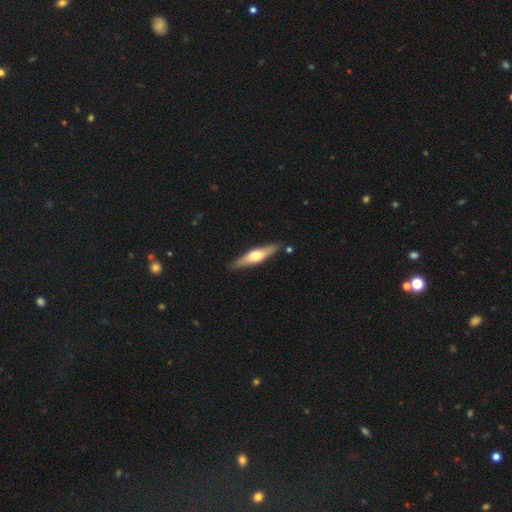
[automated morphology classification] smooth_or_featured: featured or disk (p=0.55) [alt: smooth p=0.41]
disk_edge_on: yes (p=0.91) [alt: no p=0.09]
merging: none (p=0.86) [alt: minor disturbance p=0.10]